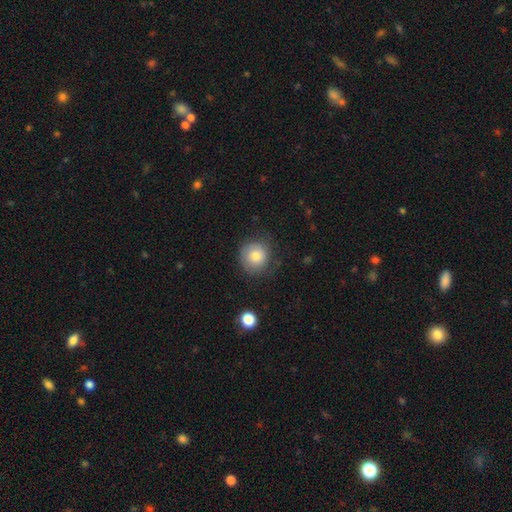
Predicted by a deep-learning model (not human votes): Morphology: type=smooth (79%); roundness=round (91%); merging=none (72%).